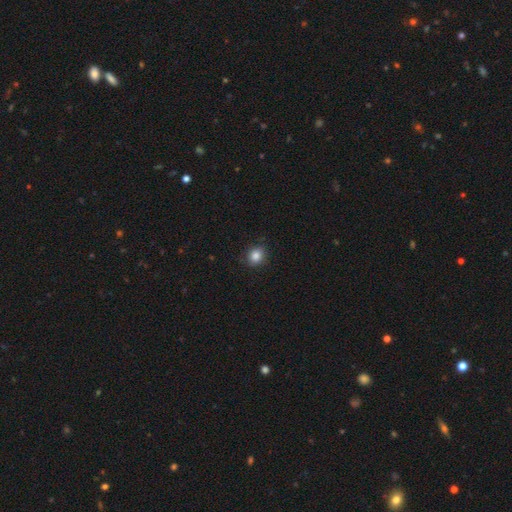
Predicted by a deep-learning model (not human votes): smooth-or-featured: smooth: 85% | star or artifact: 10% | featured or disk: 5%
  how-rounded: round: 77% | in between: 22% | cigar-shaped: 1%
  merging: none: 84% | minor disturbance: 13% | major disturbance: 3% | merger: 1%